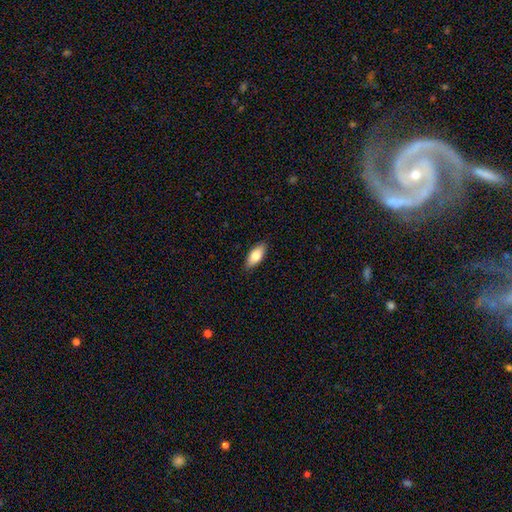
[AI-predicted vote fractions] smooth 78%, featured or disk 15%, star or artifact 6%. Down the decision tree: how rounded — in between (82%); merging — none (88%).